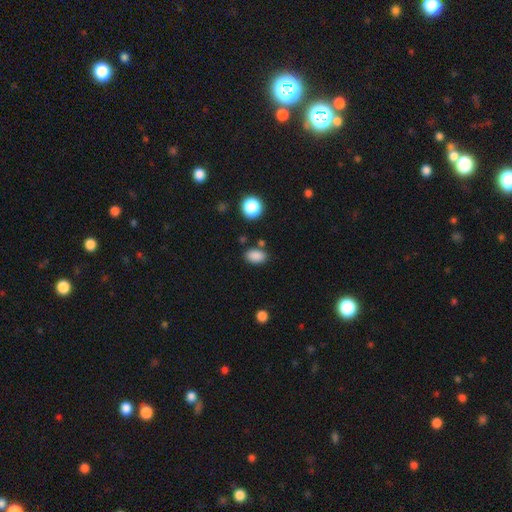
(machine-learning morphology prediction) smooth-or-featured: smooth: 86% | star or artifact: 10% | featured or disk: 4%
  how-rounded: in between: 85% | round: 13% | cigar-shaped: 1%
  merging: none: 79% | minor disturbance: 12% | merger: 5% | major disturbance: 3%